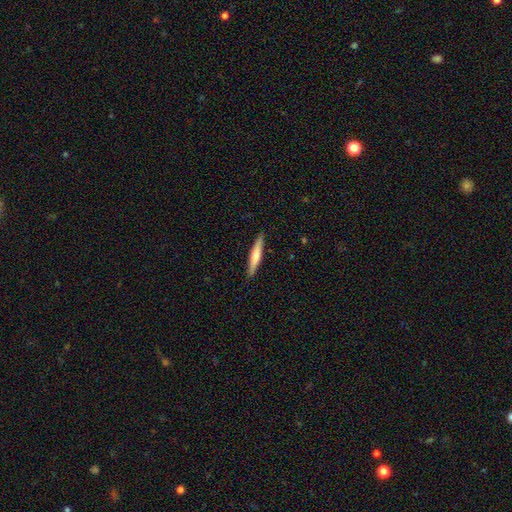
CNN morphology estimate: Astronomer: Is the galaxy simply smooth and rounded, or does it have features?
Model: smooth — 59% (runner-up: featured or disk, 36%).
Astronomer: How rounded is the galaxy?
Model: cigar-shaped — 92%.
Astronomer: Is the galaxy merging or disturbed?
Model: none — 90%.